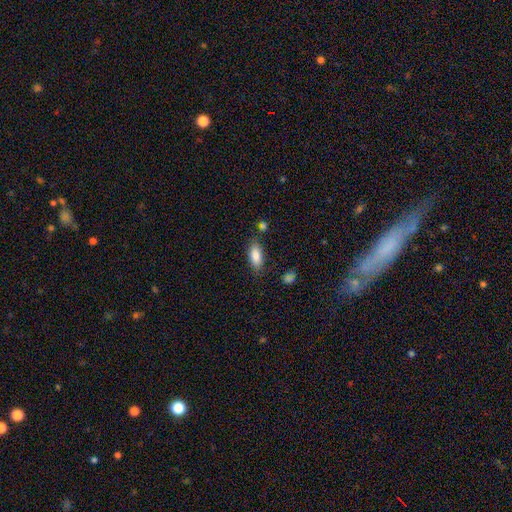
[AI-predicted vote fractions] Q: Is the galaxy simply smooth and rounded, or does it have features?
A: smooth — 84%.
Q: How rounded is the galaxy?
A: in between — 83%.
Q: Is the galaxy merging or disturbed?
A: none — 78%.